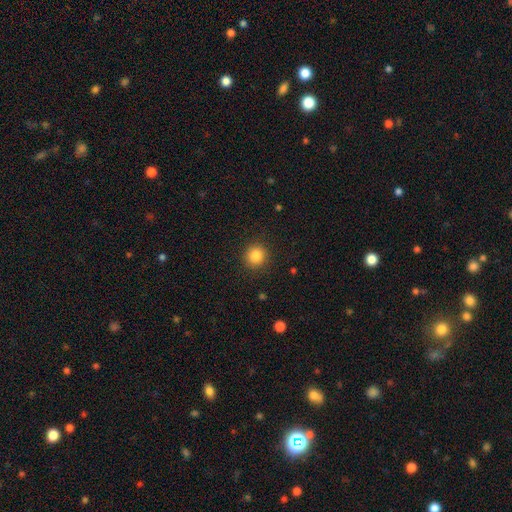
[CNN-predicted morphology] A smooth galaxy with no disk features (84%) that is round (92%). Merging: none (91%).